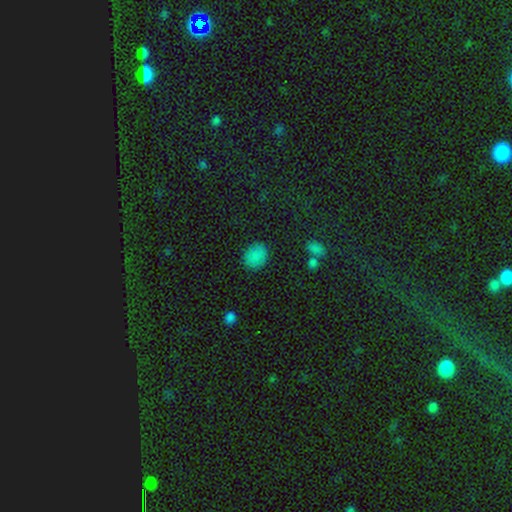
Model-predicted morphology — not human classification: This is clearly a smooth galaxy (83%). How rounded: likely round (60%). Merging: clearly none (86%).